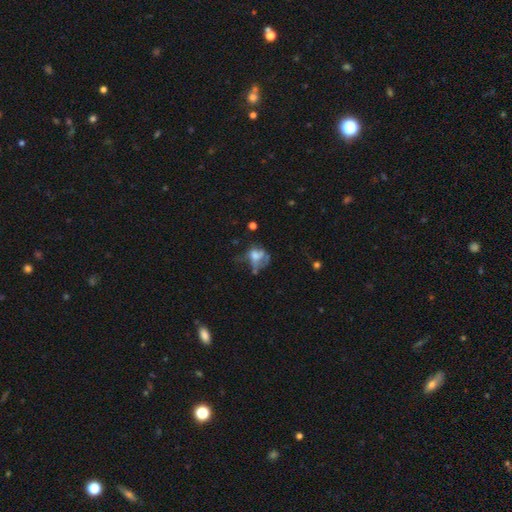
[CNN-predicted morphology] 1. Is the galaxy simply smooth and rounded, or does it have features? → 45% smooth, 40% featured or disk, 16% star or artifact.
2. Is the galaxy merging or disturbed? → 44% major disturbance, 24% none, 18% minor disturbance, 14% merger.